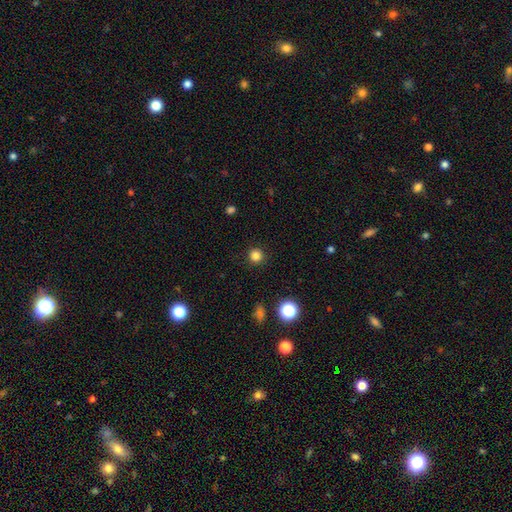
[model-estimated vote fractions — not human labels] smooth 83%, star or artifact 13%, featured or disk 4%. Down the decision tree: how rounded — round (95%); merging — none (92%).